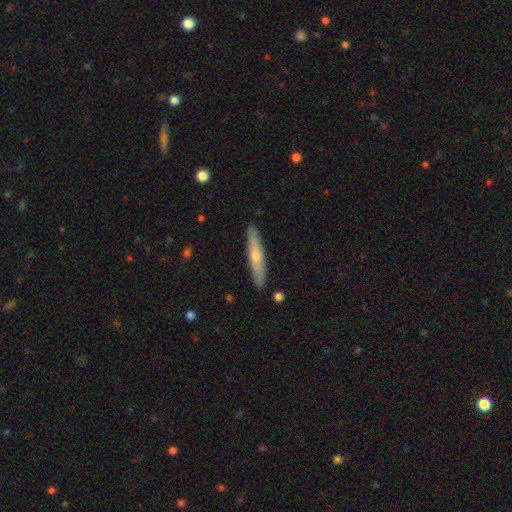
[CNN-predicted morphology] Smooth or featured? smooth (51%)
How rounded? cigar-shaped (91%)
Merging? none (90%)